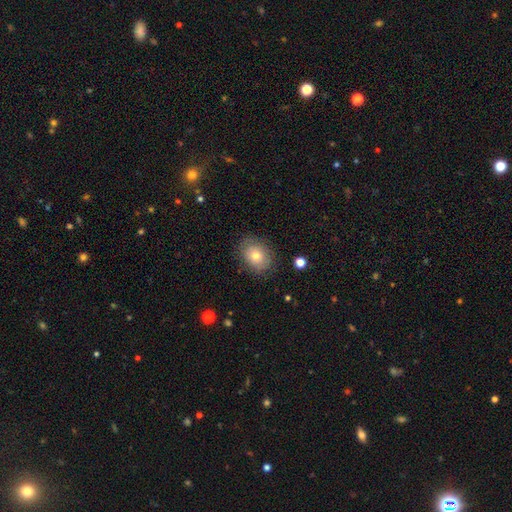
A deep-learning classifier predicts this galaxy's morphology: This appears to be a smooth galaxy with no disk features (70%) that is in between round and cigar-shaped (59%). Merging: none (80%).